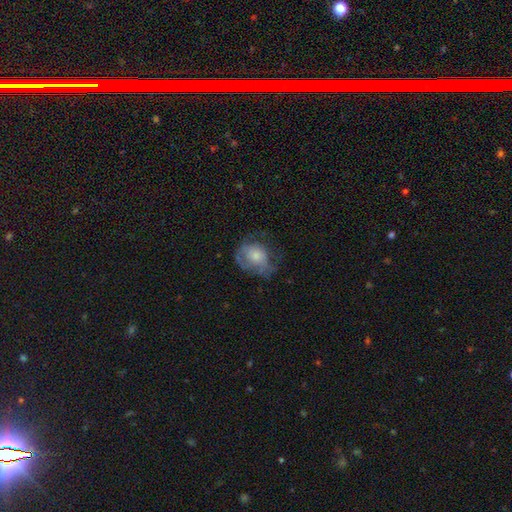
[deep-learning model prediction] A smooth galaxy with no disk features (52%) that is round (51%). Merging: none (40%).